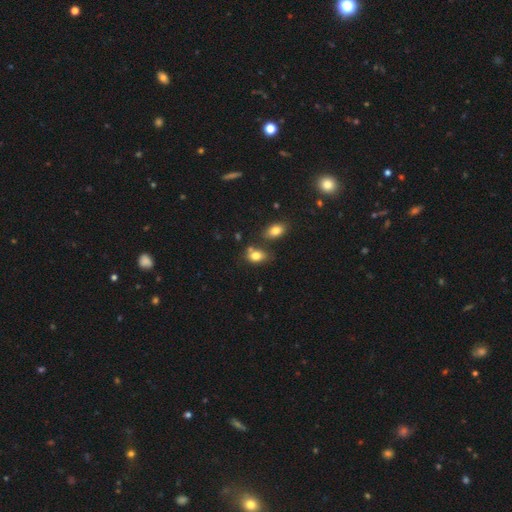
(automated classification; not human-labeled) Smooth or featured? smooth (80%)
How rounded? in between (79%)
Merging? none (56%)